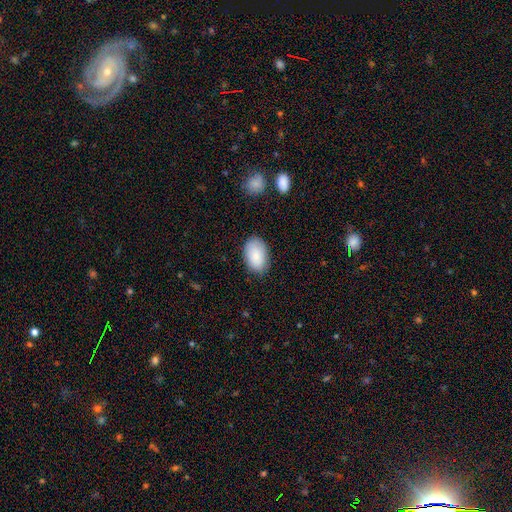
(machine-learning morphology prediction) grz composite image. It shows a smooth galaxy with no disk features (84%) that is in between round and cigar-shaped (92%). Merging: none (83%).